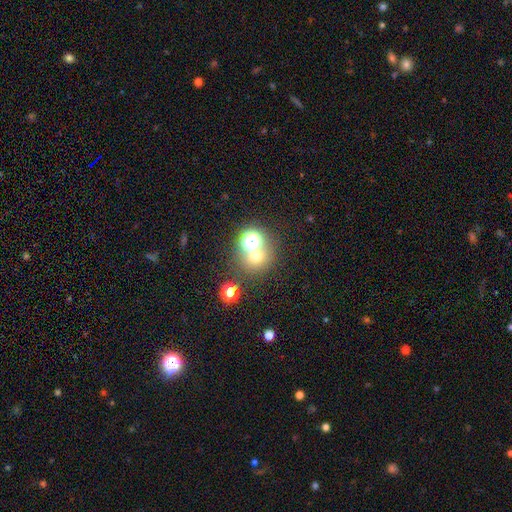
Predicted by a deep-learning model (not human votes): Smooth or featured? smooth (59%)
How rounded? round (83%)
Merging? none (61%)